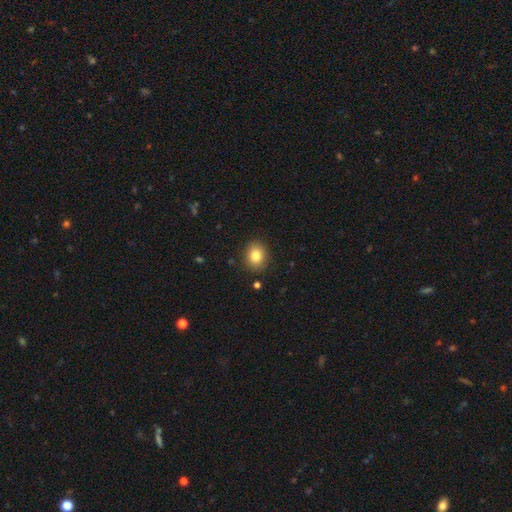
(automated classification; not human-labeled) smooth-or-featured: smooth: 82% | star or artifact: 10% | featured or disk: 8%
  how-rounded: round: 61% | in between: 38% | cigar-shaped: 1%
  merging: none: 88% | minor disturbance: 8% | major disturbance: 2% | merger: 1%